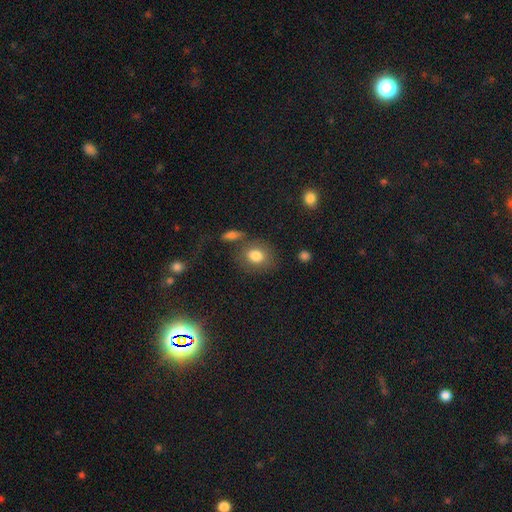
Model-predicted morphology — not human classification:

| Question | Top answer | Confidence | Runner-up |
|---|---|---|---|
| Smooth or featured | smooth | 80% | featured or disk (10%) |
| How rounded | round | 59% | in between (40%) |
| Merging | none | 67% | minor disturbance (15%) |